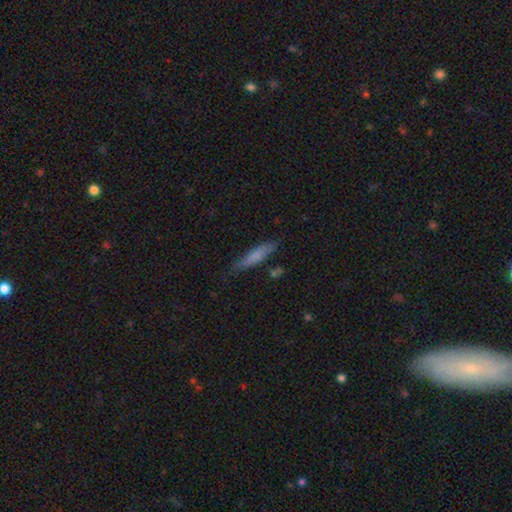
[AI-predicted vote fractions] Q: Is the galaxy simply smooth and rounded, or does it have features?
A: smooth — 72%.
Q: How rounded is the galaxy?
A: cigar-shaped — 84%.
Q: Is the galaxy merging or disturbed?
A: none — 76%.